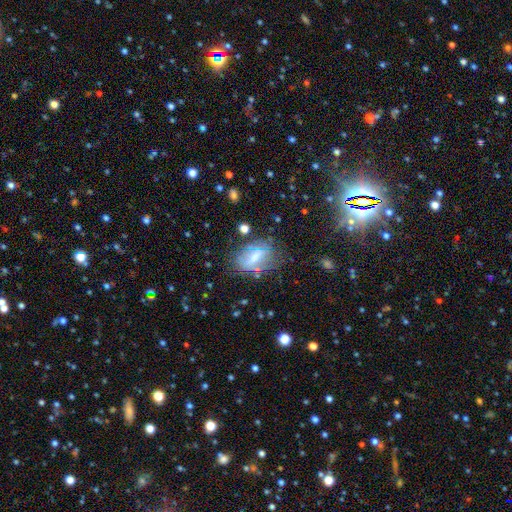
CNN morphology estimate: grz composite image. It shows a smooth galaxy with no disk features (43%, tied with featured or disk). Merging: none (59%).